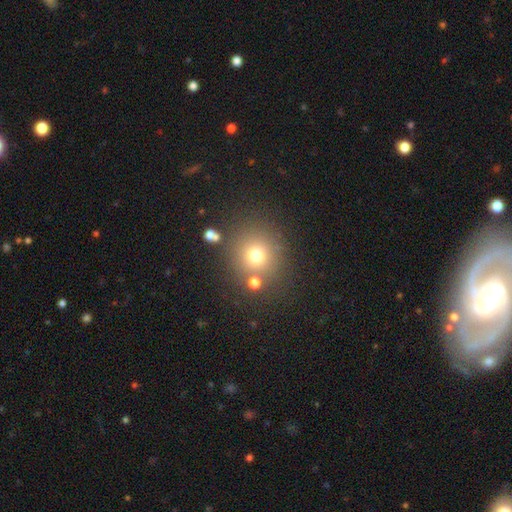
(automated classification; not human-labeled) smooth_or_featured: smooth (p=0.71) [alt: star or artifact p=0.19]
how_rounded: round (p=0.90) [alt: in between p=0.09]
merging: none (p=0.78) [alt: minor disturbance p=0.09]